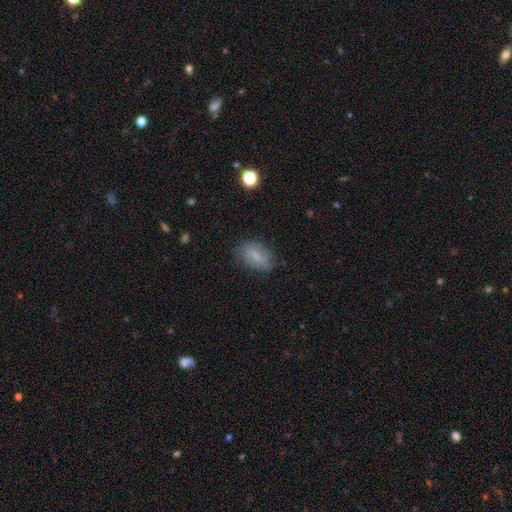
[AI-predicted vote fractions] smooth 67%, featured or disk 24%, star or artifact 10%. Down the decision tree: how rounded — in between (85%); merging — none (68%).